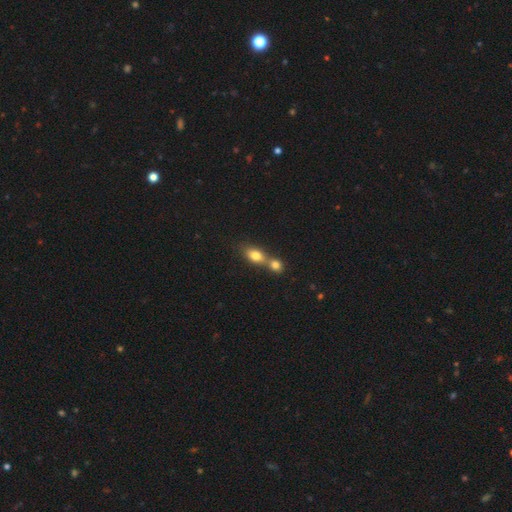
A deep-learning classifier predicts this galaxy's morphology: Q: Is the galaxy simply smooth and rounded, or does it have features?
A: smooth — 78%.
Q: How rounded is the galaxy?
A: in between — 67%.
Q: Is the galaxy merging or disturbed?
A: merger — 66%.